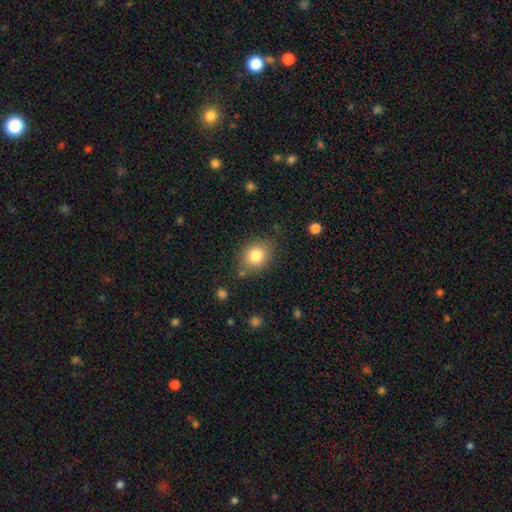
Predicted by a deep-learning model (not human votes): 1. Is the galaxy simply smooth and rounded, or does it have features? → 81% smooth, 10% star or artifact, 9% featured or disk.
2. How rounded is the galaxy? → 50% in between, 49% round, 1% cigar-shaped.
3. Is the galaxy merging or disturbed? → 77% none, 15% minor disturbance, 4% major disturbance, 3% merger.